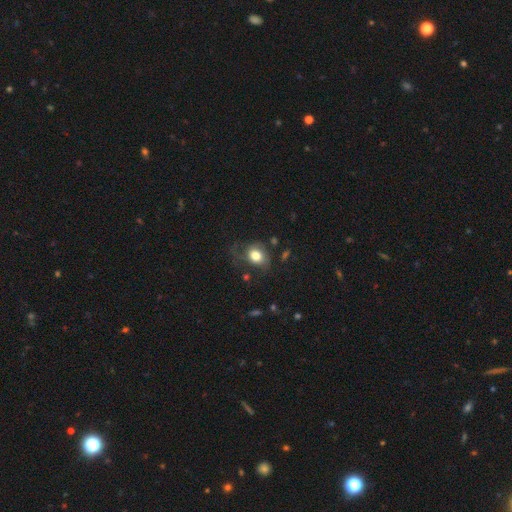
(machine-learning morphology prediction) Smooth or featured: smooth — 74% (featured or disk — 17%)
How rounded: round — 55% (in between — 45%)
Merging: none — 48% (minor disturbance — 25%)